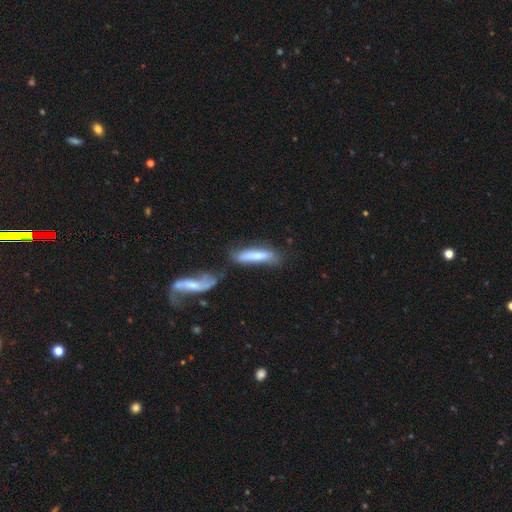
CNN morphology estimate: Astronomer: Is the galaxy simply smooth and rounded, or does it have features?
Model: smooth — 69%.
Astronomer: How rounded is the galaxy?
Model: cigar-shaped — 80%.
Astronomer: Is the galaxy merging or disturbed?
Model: none — 51%.